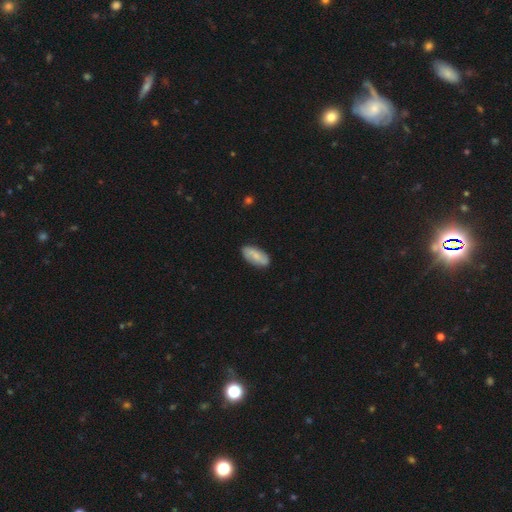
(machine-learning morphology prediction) A smooth galaxy with no disk features (61%) that is in between round and cigar-shaped (87%). Merging: none (83%).